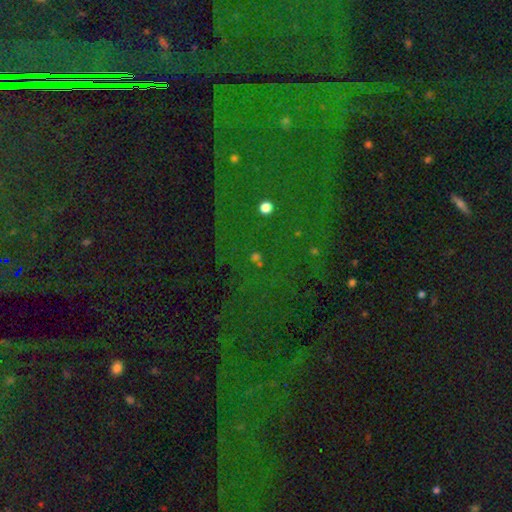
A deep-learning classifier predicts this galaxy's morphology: This appears to be a star or artifact, not a galaxy (82%).